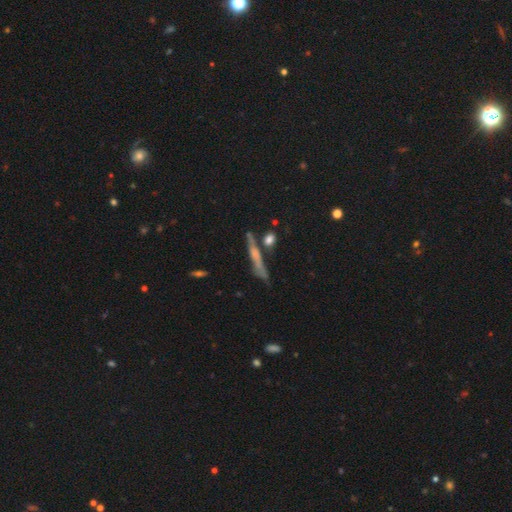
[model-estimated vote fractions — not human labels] Smooth or featured?
  - featured or disk: 49% *
  - smooth: 40%
  - star or artifact: 11%
Merging?
  - none: 67% *
  - minor disturbance: 16%
  - merger: 10%
  - major disturbance: 7%